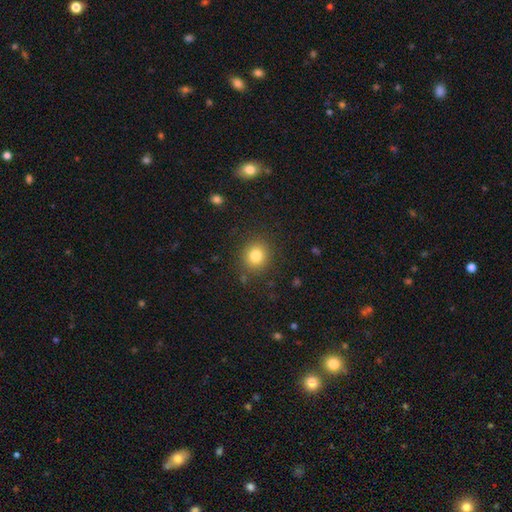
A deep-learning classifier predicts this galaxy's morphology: This is clearly a smooth galaxy (81%). How rounded: clearly round (85%). Merging: clearly none (87%).